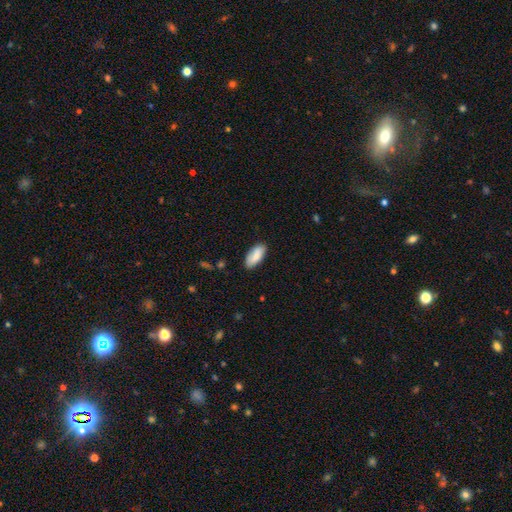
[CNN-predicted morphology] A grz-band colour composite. It shows a smooth galaxy with no disk features (83%) that is in between round and cigar-shaped (84%). Merging: none (83%).